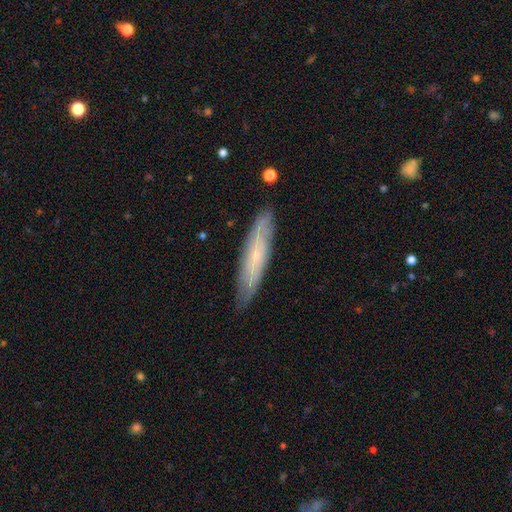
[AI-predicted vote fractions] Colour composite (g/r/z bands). It shows a featured or disk galaxy (58%) with not edge-on (50%, tied with yes). Merging: none (83%).